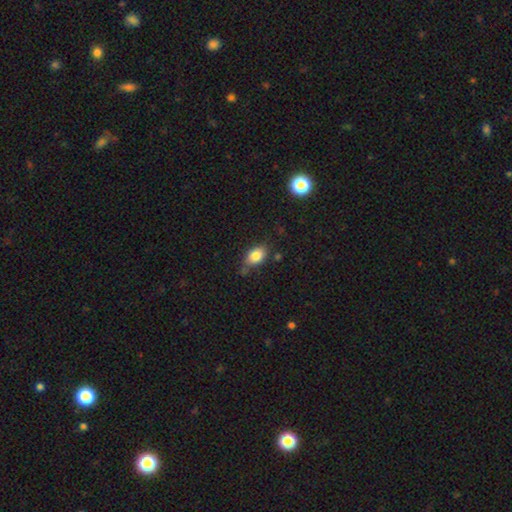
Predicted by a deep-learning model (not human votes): A smooth galaxy with no disk features (82%) that is in between round and cigar-shaped (84%).

Vote fractions:
- Smooth or featured? smooth: 82% / featured or disk: 9% / star or artifact: 9%
- How rounded? in between: 84% / round: 14% / cigar-shaped: 2%
- Merging? none: 65% / minor disturbance: 24% / merger: 6% / major disturbance: 6%